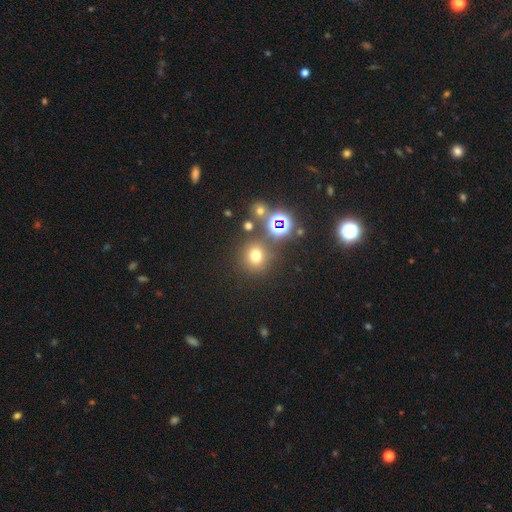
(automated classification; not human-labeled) Morphology: type=smooth (64%); roundness=round (87%); merging=none (77%).